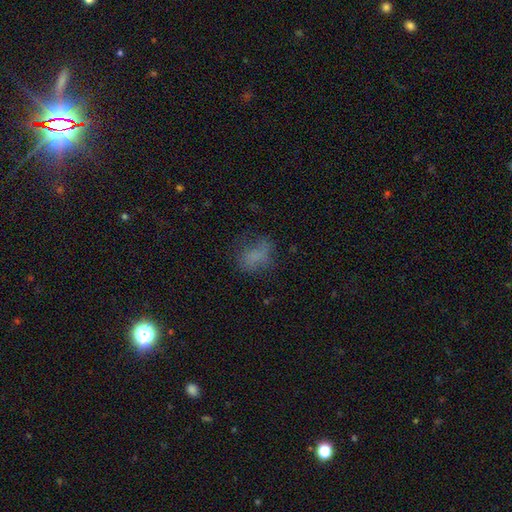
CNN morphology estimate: Smooth or featured?
  - smooth: 64% *
  - featured or disk: 18%
  - star or artifact: 18%
How rounded?
  - in between: 67% *
  - round: 31%
  - cigar-shaped: 2%
Merging?
  - none: 53% *
  - minor disturbance: 23%
  - major disturbance: 21%
  - merger: 3%